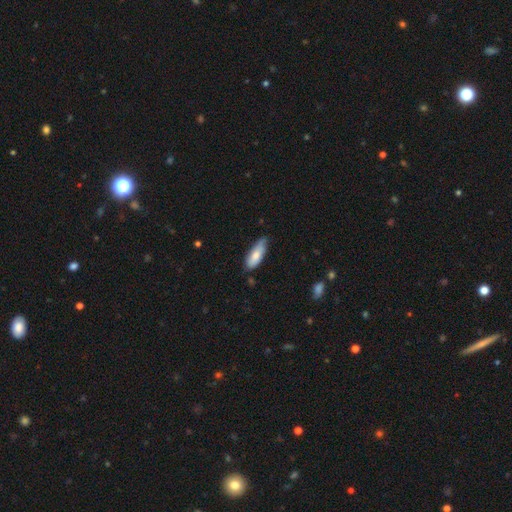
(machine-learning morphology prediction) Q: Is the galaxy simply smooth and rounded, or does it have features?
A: smooth — 74%.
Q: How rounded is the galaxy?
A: in between — 67%.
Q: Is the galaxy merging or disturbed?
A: none — 57%.